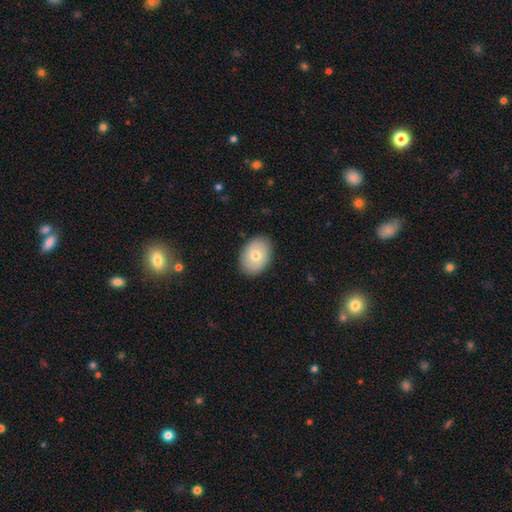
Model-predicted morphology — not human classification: Smooth or featured: smooth — 70% (featured or disk — 23%)
How rounded: in between — 74% (round — 25%)
Merging: none — 87% (minor disturbance — 9%)